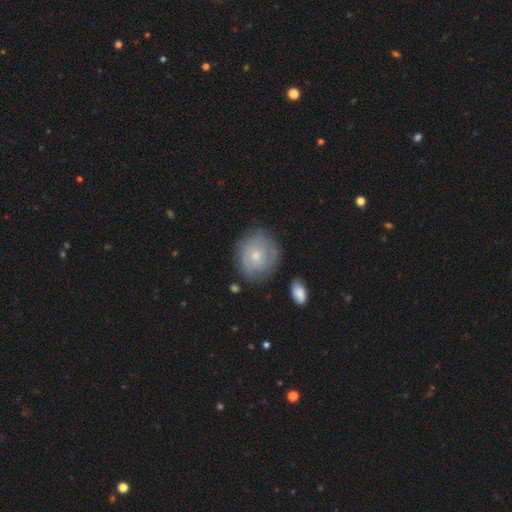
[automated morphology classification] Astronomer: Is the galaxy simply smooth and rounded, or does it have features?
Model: smooth — 48% (runner-up: featured or disk, 45%).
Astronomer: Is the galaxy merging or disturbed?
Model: none — 75%.